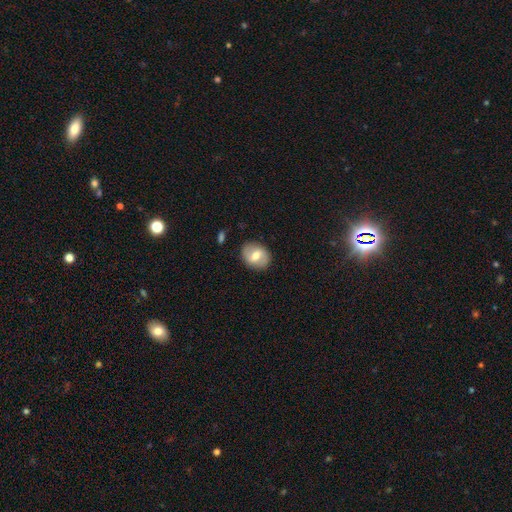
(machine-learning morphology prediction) Smooth or featured: smooth — 47% (featured or disk — 46%)
Merging: none — 84% (minor disturbance — 11%)